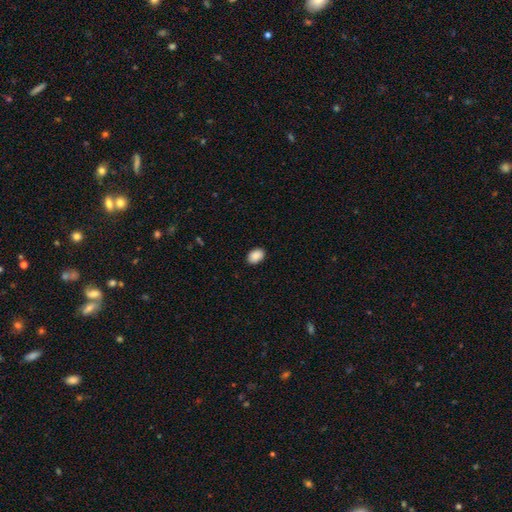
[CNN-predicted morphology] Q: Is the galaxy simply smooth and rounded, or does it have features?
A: smooth — 90%.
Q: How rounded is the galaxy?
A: in between — 83%.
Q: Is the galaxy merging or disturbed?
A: none — 90%.